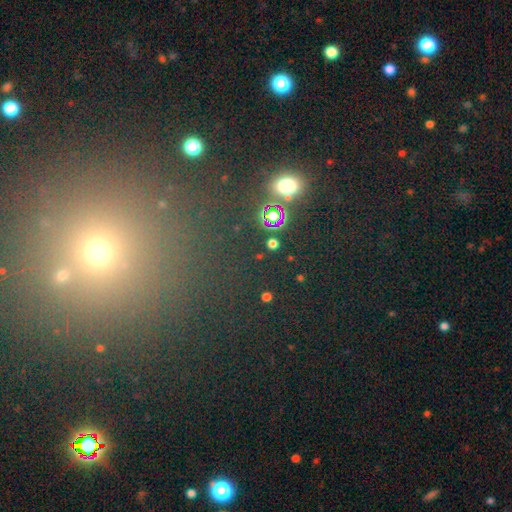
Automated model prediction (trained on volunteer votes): This is possibly a star or artifact rather than a galaxy (59%).